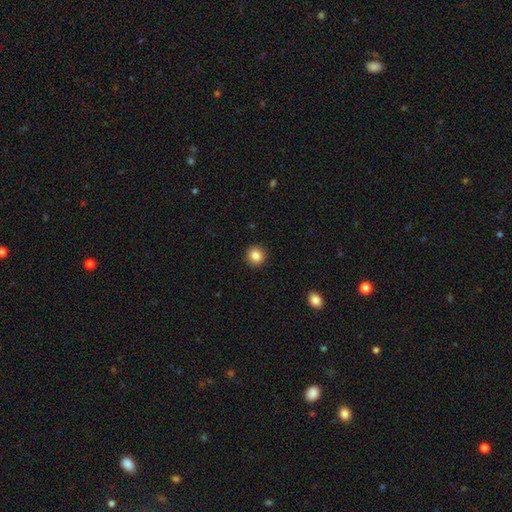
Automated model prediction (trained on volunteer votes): A smooth galaxy with no disk features (85%) that is round (92%). Merging: none (92%).